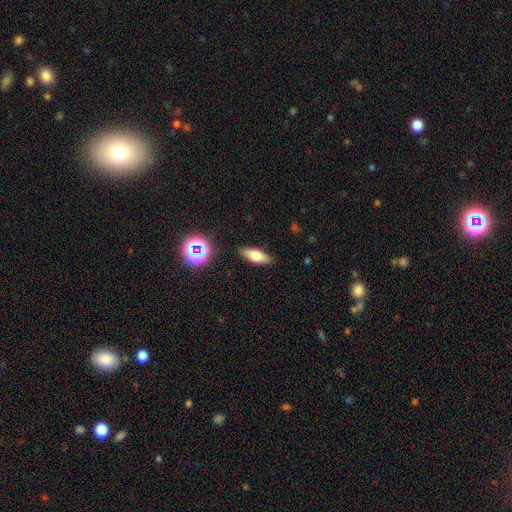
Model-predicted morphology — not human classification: smooth-or-featured: smooth: 67% | featured or disk: 22% | star or artifact: 10%
  how-rounded: in between: 69% | cigar-shaped: 26% | round: 4%
  merging: none: 87% | minor disturbance: 9% | major disturbance: 2% | merger: 2%